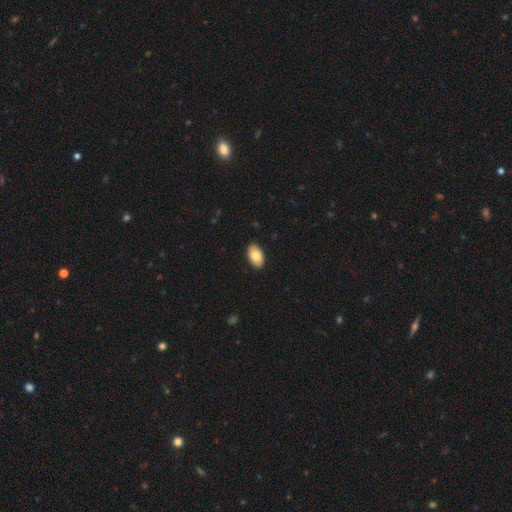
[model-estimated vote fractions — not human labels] Overall: smooth (81%). How rounded: in between (94%). Merging: none (90%).